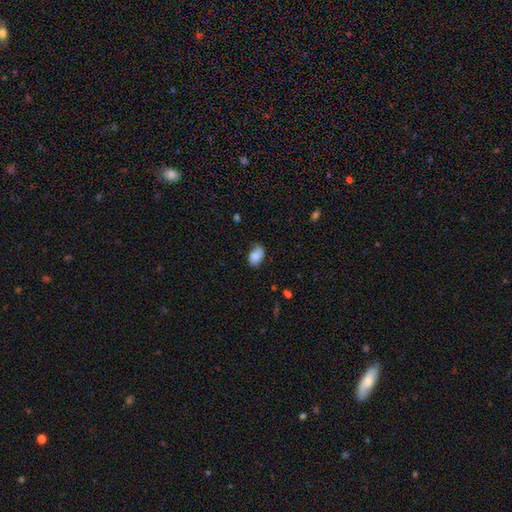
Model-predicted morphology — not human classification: smooth_or_featured: smooth (p=0.84) [alt: featured or disk p=0.08]
how_rounded: in between (p=0.89) [alt: round p=0.09]
merging: none (p=0.63) [alt: minor disturbance p=0.29]